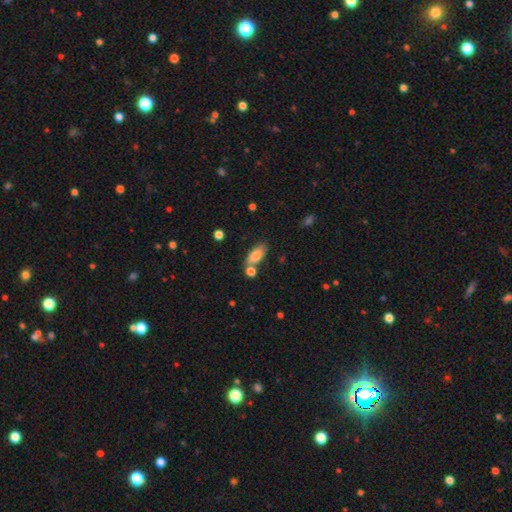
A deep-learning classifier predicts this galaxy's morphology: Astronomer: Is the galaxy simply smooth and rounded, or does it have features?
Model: smooth — 81%.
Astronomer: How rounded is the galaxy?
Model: in between — 84%.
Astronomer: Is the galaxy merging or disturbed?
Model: none — 64%.